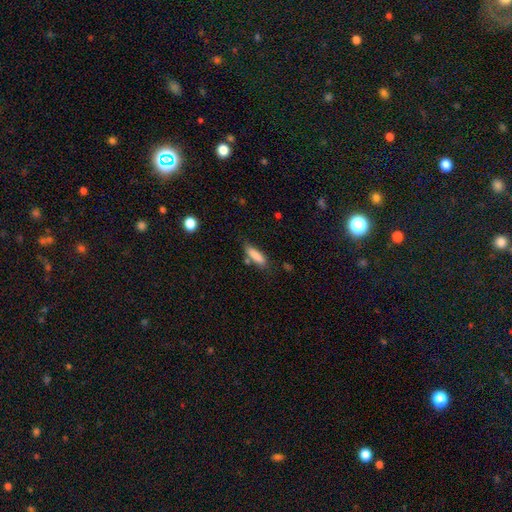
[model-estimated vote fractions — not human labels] Morphology: type=smooth (85%); roundness=cigar-shaped (60%); merging=none (69%).